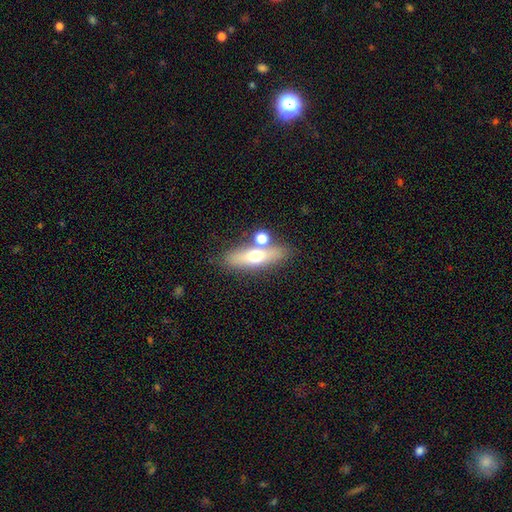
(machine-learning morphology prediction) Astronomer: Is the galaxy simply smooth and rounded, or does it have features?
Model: smooth — 55% (runner-up: featured or disk, 36%).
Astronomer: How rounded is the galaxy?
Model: cigar-shaped — 53% (runner-up: in between, 39%).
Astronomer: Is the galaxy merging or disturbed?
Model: none — 68%.